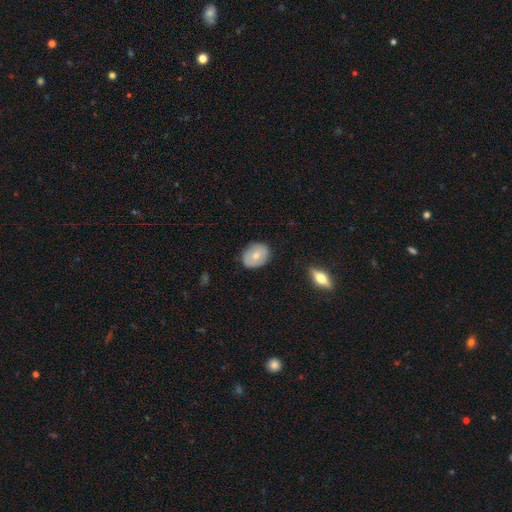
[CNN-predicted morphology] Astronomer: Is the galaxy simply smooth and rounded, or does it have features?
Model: smooth — 65%.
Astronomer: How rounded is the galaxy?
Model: in between — 59% (runner-up: round, 40%).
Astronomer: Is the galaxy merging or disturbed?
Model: none — 82%.